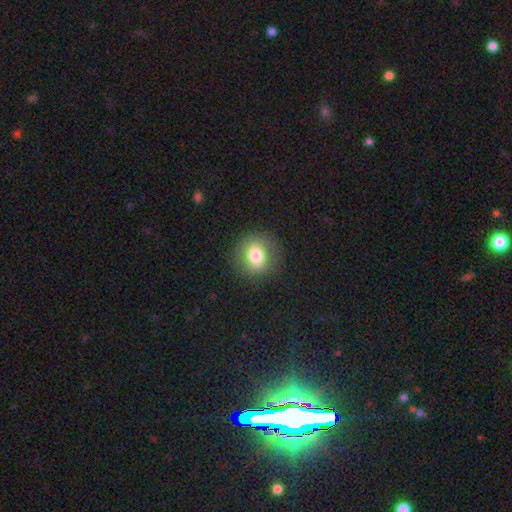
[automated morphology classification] A smooth galaxy with no disk features (74%) that is round (79%).

Vote fractions:
- Smooth or featured? smooth: 74% / featured or disk: 16% / star or artifact: 10%
- How rounded? round: 79% / in between: 20% / cigar-shaped: 1%
- Merging? none: 86% / minor disturbance: 9% / major disturbance: 4% / merger: 1%